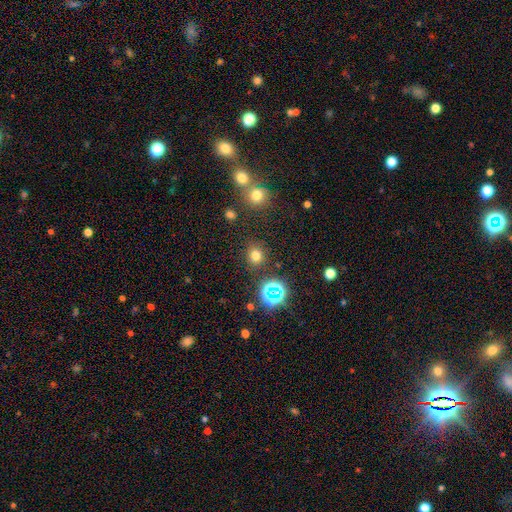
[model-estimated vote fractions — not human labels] The model was most divided on "smooth or featured": smooth: 70%, star or artifact: 24%, featured or disk: 6%. More confident: merging — none (86%); how rounded — round (83%).